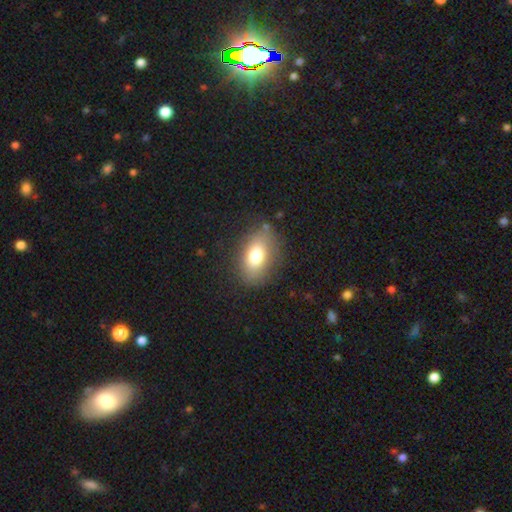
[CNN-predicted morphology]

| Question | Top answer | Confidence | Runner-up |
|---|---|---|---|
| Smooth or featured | smooth | 76% | featured or disk (15%) |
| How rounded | in between | 86% | round (12%) |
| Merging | none | 80% | minor disturbance (13%) |